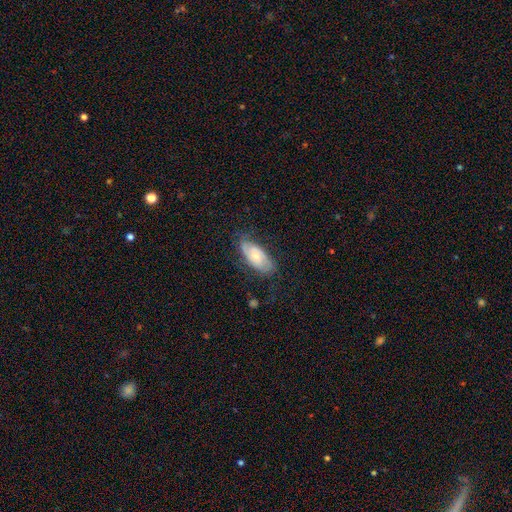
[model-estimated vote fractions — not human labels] The model was most divided on "smooth or featured": featured or disk: 56%, smooth: 37%, star or artifact: 7%. More confident: edge-on disk — no (91%); spiral arms — yes (84%); bar — no (70%); merging — none (68%); bulge size — small (59%).